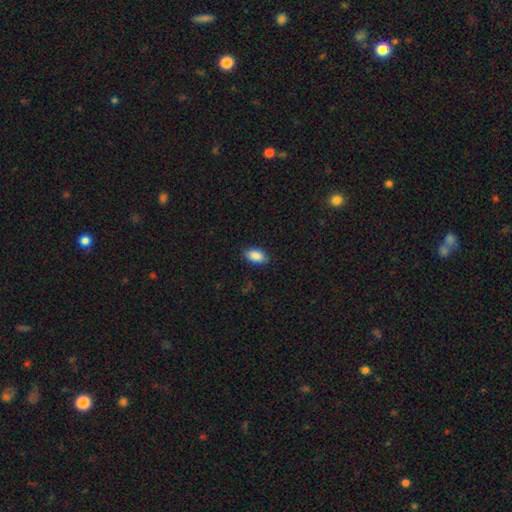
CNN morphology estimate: Smooth or featured? Predicted: smooth (p=0.89). How rounded? Predicted: in between (p=0.93). Merging? Predicted: none (p=0.87).